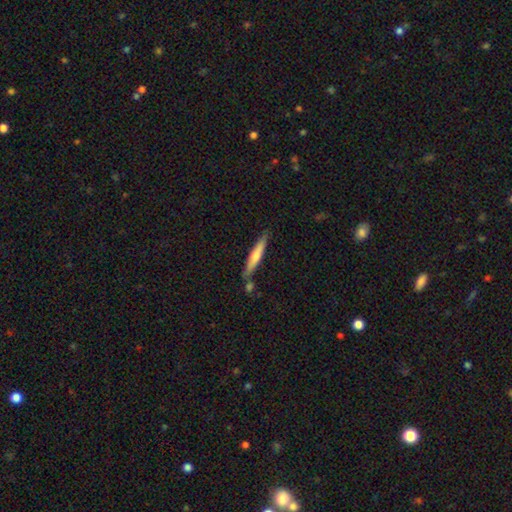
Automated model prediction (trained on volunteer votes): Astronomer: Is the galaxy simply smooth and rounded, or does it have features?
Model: smooth — 57% (runner-up: featured or disk, 38%).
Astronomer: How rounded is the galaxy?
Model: cigar-shaped — 91%.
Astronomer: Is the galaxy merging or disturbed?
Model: none — 74%.